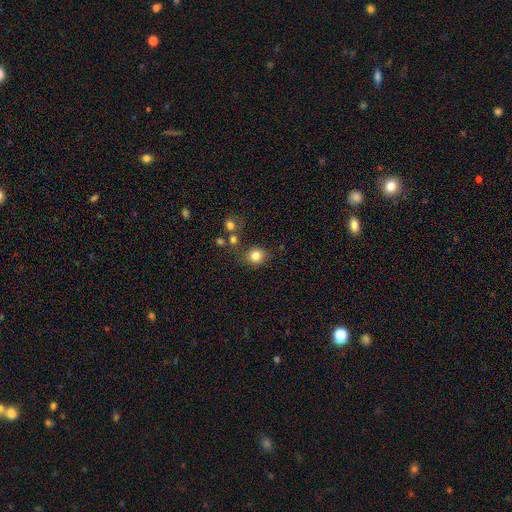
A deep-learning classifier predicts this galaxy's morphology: This appears to be a smooth galaxy with no disk features (82%) that is round (83%). Merging: none (74%).